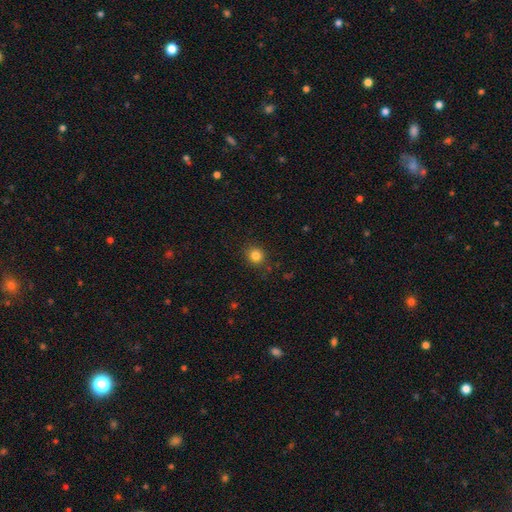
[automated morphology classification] type=smooth (83%); roundness=round (85%); merging=none (87%).